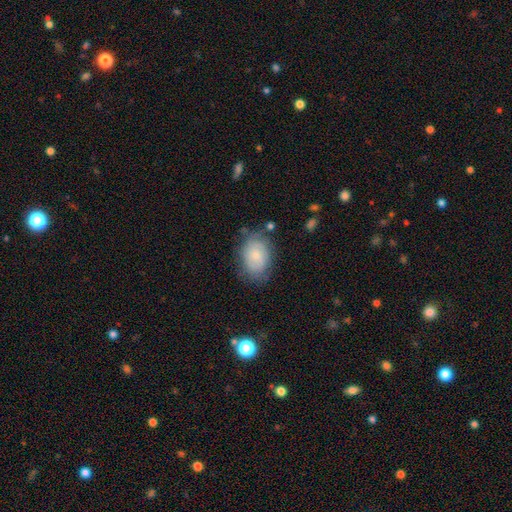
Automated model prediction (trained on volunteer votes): Smooth or featured? smooth (63%)
How rounded? in between (79%)
Merging? none (66%)